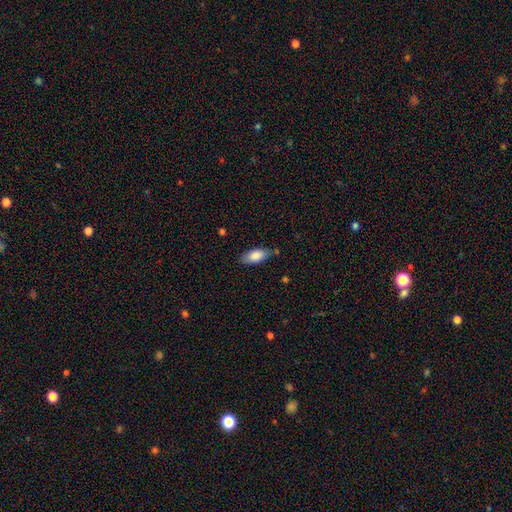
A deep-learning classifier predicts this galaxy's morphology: Q: Smooth or featured?
A: smooth (83%); runner-up: featured or disk (11%)
Q: How rounded?
A: in between (88%); runner-up: cigar-shaped (10%)
Q: Merging?
A: none (77%); runner-up: minor disturbance (17%)